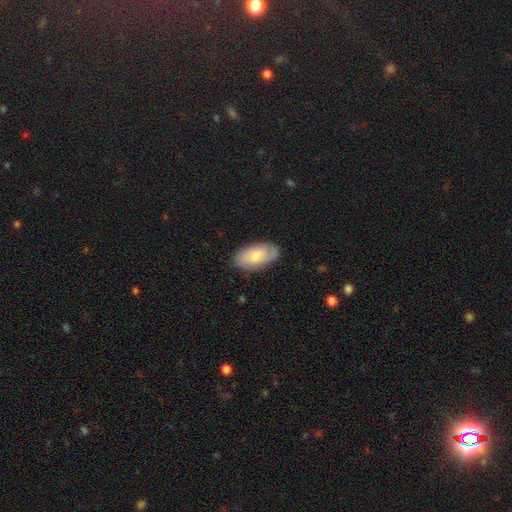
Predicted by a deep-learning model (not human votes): smooth_or_featured: smooth (p=0.59) [alt: featured or disk p=0.35]
how_rounded: in between (p=0.94) [alt: cigar-shaped p=0.03]
merging: none (p=0.80) [alt: minor disturbance p=0.16]